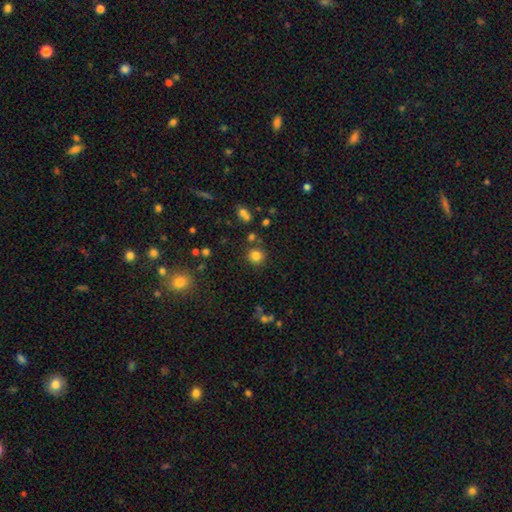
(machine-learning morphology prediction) The model was most divided on "smooth or featured": smooth: 81%, star or artifact: 13%, featured or disk: 6%. More confident: how rounded — round (90%); merging — none (82%).